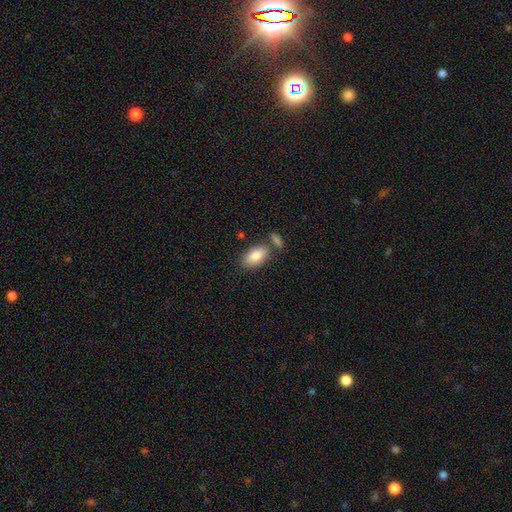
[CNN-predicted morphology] smooth-or-featured: smooth: 85% | featured or disk: 9% | star or artifact: 6%
  how-rounded: in between: 93% | round: 4% | cigar-shaped: 3%
  merging: none: 65% | merger: 18% | minor disturbance: 13% | major disturbance: 4%